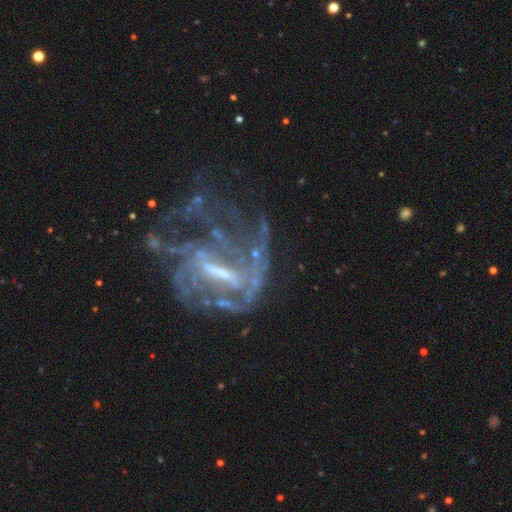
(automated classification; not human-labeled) This is clearly a featured or disk galaxy (84%). It is clearly not viewed edge-on (95%). Bar: possibly strong (51%). Spiral arm pattern: clearly yes (82%). Spiral arm count: marginally can't tell (44%). Spiral winding: marginally tight (43%). Central bulge: marginally small (37%, tied with moderate). Merging: marginally major disturbance (40%).